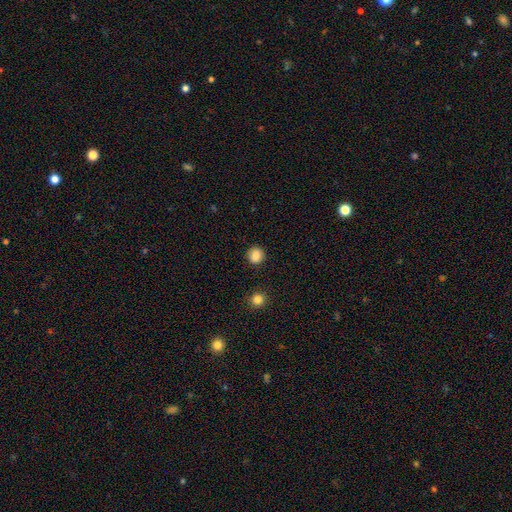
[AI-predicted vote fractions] Q: Smooth or featured?
A: smooth (87%); runner-up: star or artifact (10%)
Q: How rounded?
A: round (91%); runner-up: in between (8%)
Q: Merging?
A: none (91%); runner-up: minor disturbance (6%)